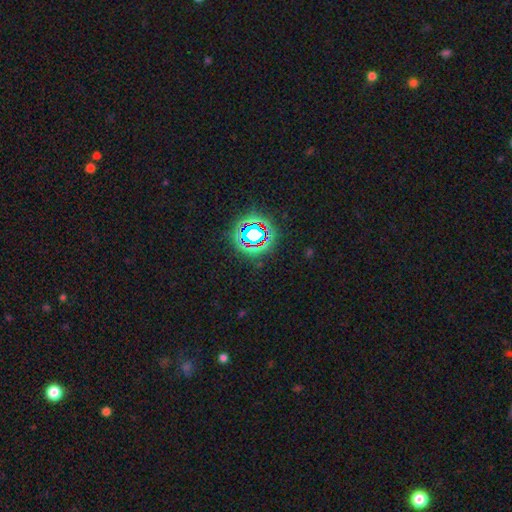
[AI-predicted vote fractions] Smooth or featured? star or artifact (78%)